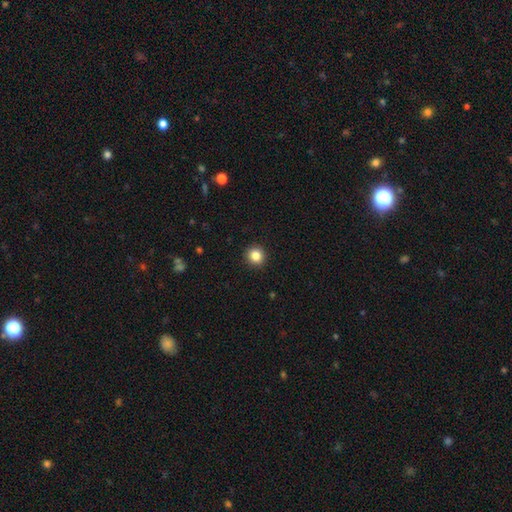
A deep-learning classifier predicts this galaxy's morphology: smooth-or-featured: smooth: 84% | star or artifact: 11% | featured or disk: 5%
  how-rounded: round: 92% | in between: 7% | cigar-shaped: 1%
  merging: none: 93% | minor disturbance: 5% | major disturbance: 2% | merger: 1%